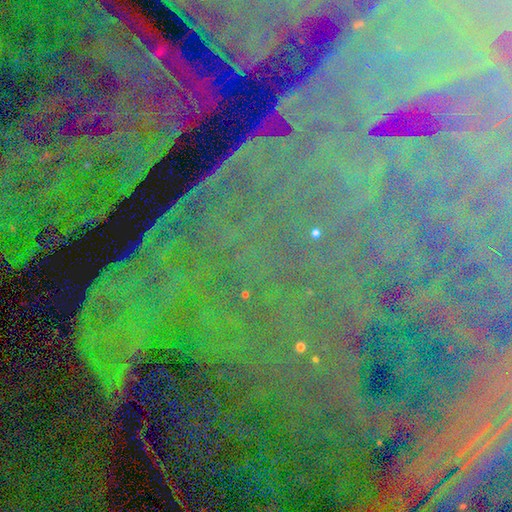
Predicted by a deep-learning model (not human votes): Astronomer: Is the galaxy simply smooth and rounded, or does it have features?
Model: star or artifact — 85%.